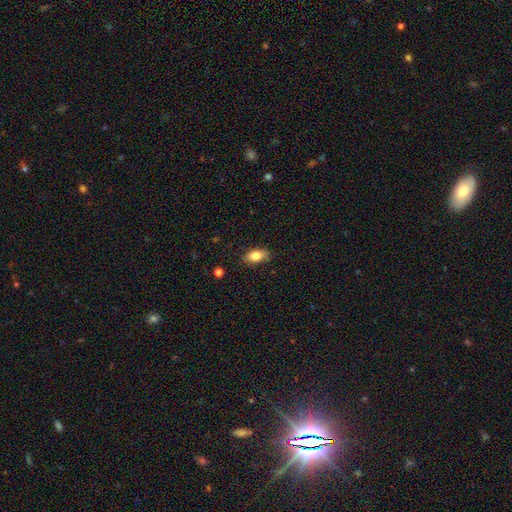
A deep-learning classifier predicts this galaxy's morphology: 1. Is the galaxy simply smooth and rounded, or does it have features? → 81% smooth, 12% featured or disk, 8% star or artifact.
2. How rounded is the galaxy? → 88% in between, 7% round, 5% cigar-shaped.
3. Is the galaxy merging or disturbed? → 80% none, 16% minor disturbance, 3% major disturbance, 1% merger.